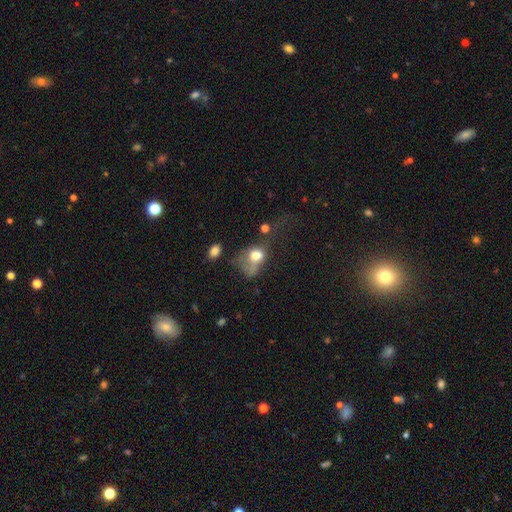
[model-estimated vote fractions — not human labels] Smooth or featured: smooth — 64% (featured or disk — 24%)
How rounded: in between — 61% (round — 37%)
Merging: major disturbance — 53% (merger — 16%)